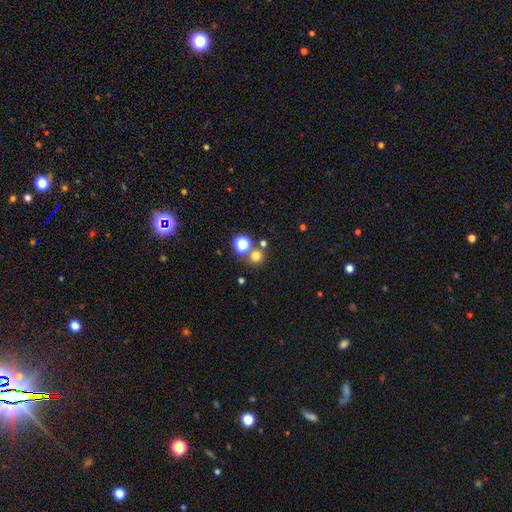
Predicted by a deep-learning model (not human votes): smooth 71%, star or artifact 22%, featured or disk 7%. Down the decision tree: how rounded — round (89%); merging — none (71%).